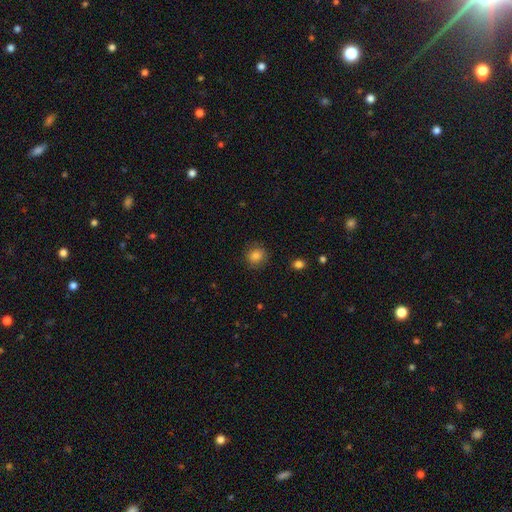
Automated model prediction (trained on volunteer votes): Overall: smooth (84%). How rounded: round (83%). Merging: none (85%).